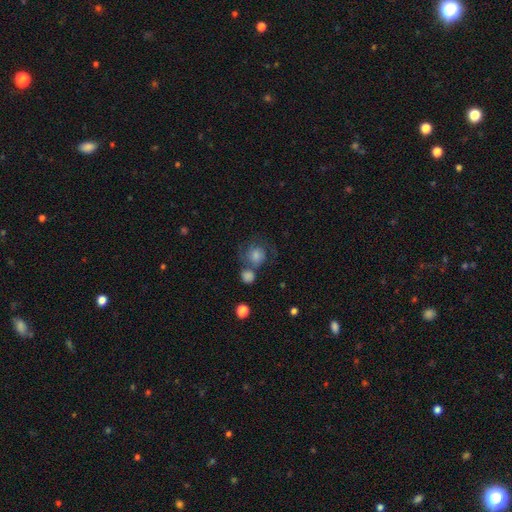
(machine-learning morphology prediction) smooth_or_featured: featured or disk (p=0.45) [alt: smooth p=0.40]
merging: none (p=0.52) [alt: merger p=0.23]